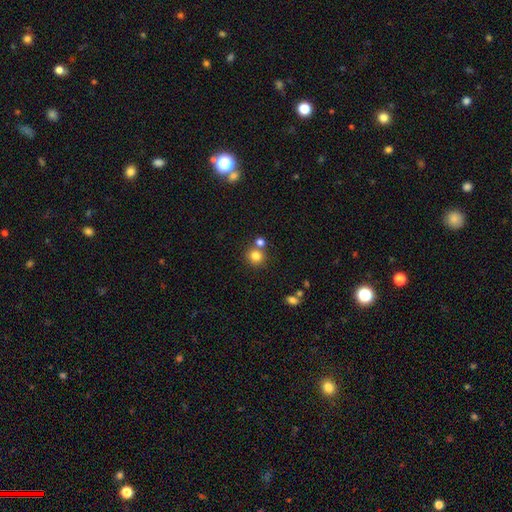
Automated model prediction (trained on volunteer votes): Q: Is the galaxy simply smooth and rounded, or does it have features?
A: smooth — 80%.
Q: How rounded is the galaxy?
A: round — 91%.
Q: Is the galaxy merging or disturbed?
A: none — 65%.